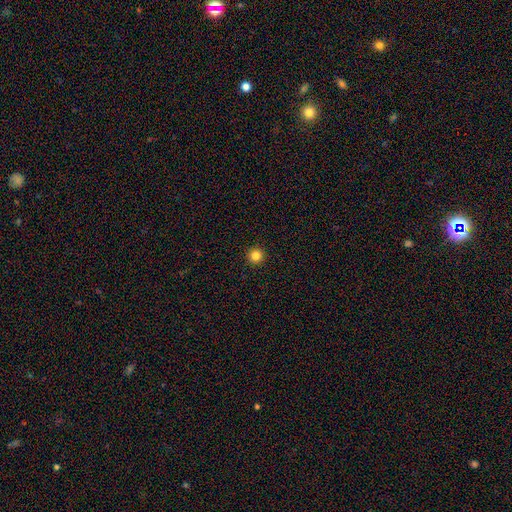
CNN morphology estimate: Smooth or featured? smooth (83%)
How rounded? round (96%)
Merging? none (94%)